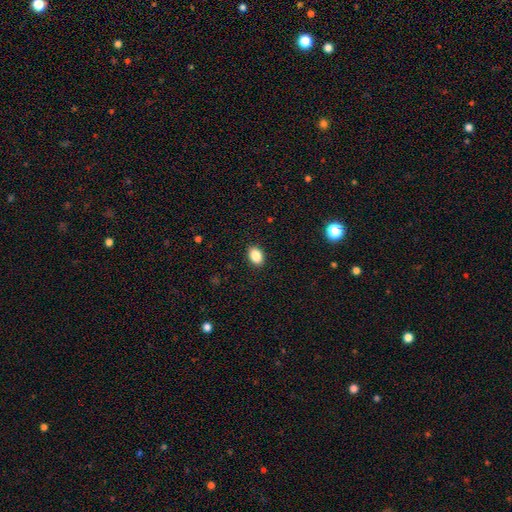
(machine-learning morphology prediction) Smooth or featured?
  - smooth: 87% *
  - star or artifact: 9%
  - featured or disk: 4%
How rounded?
  - in between: 81% *
  - round: 18%
  - cigar-shaped: 1%
Merging?
  - none: 90% *
  - minor disturbance: 7%
  - major disturbance: 2%
  - merger: 1%